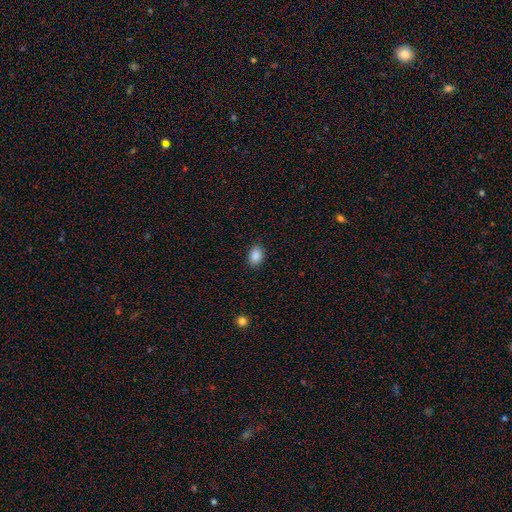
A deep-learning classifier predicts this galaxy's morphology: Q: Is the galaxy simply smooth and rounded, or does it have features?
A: smooth — 88%.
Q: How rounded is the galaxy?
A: in between — 76%.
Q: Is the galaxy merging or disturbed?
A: none — 88%.